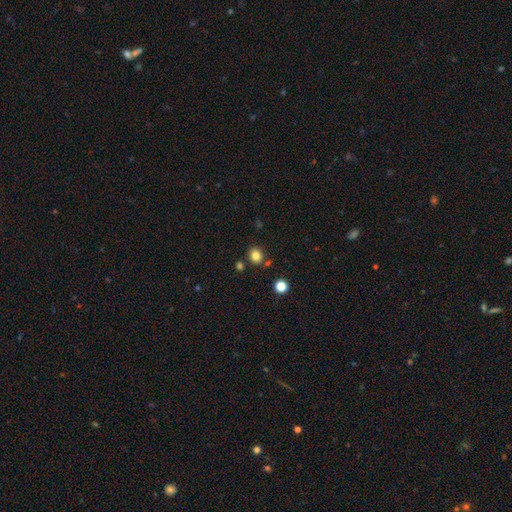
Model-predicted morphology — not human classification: type=smooth (83%); roundness=round (74%); merging=none (82%).